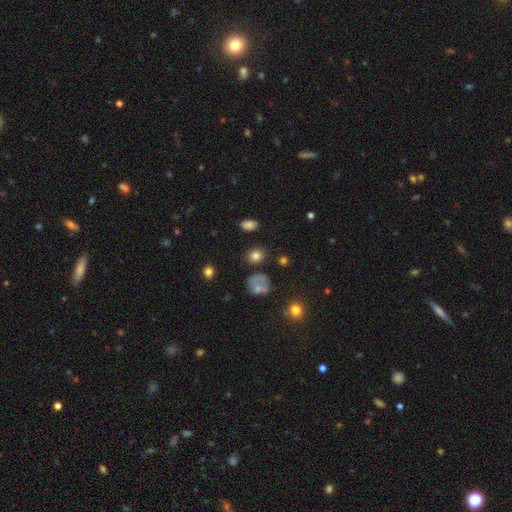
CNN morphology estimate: Smooth or featured? smooth (80%)
How rounded? round (54%)
Merging? none (76%)